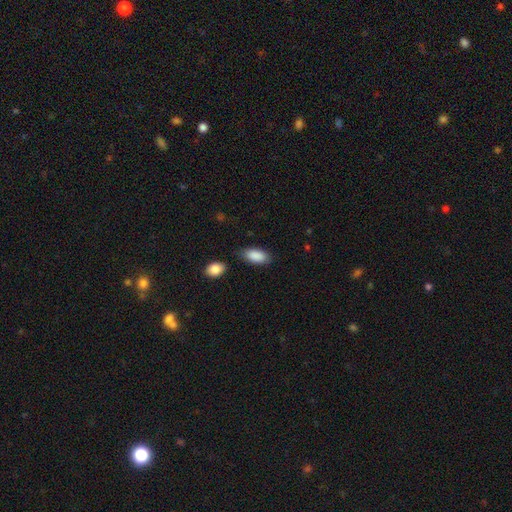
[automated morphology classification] Smooth or featured? Predicted: smooth (p=0.89). How rounded? Predicted: in between (p=0.91). Merging? Predicted: none (p=0.77).